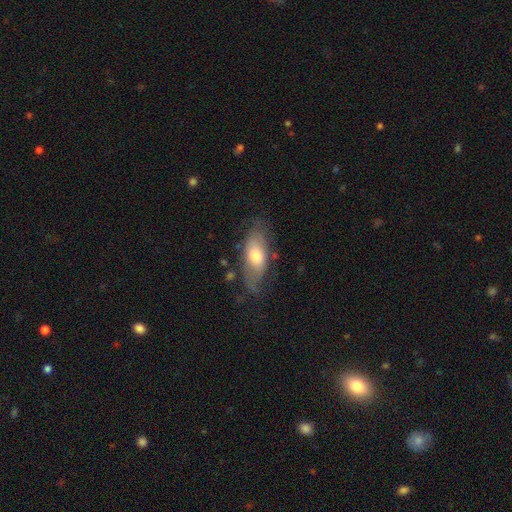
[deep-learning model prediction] The model was most divided on "smooth or featured": smooth: 51%, featured or disk: 42%, star or artifact: 6%. More confident: how rounded — in between (83%); merging — none (58%).